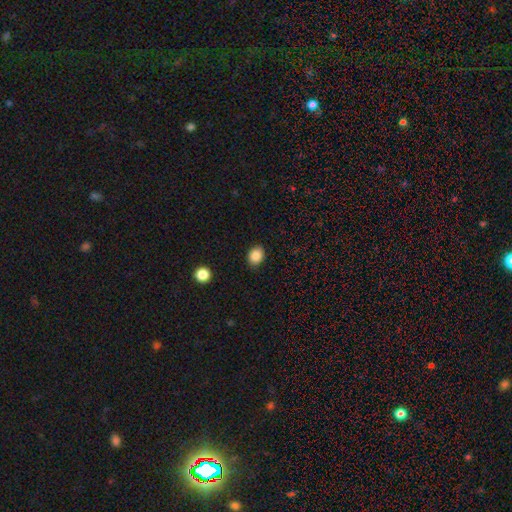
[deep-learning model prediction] The model was most divided on "how rounded": in between: 51%, round: 48%, cigar-shaped: 1%. More confident: merging — none (88%); smooth or featured — smooth (87%).